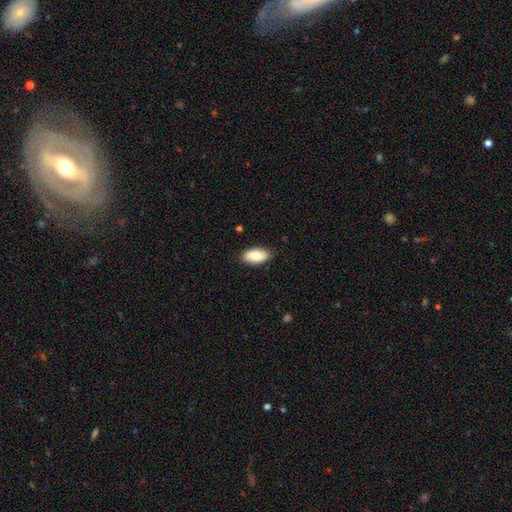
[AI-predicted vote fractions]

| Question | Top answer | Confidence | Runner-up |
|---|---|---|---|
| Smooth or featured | smooth | 81% | featured or disk (13%) |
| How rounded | in between | 94% | cigar-shaped (3%) |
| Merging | none | 85% | minor disturbance (12%) |